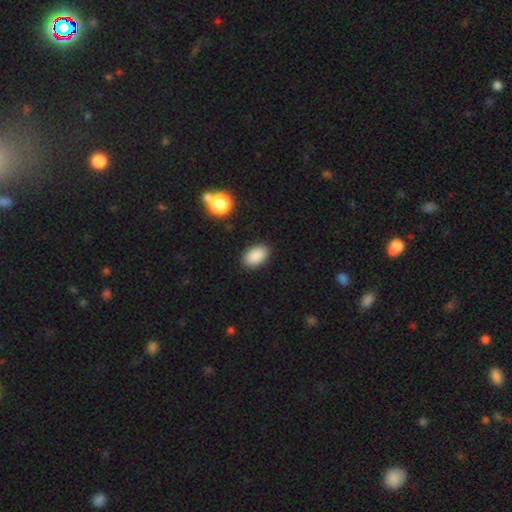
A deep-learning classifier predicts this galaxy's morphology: smooth_or_featured: smooth (p=0.89) [alt: star or artifact p=0.08]
how_rounded: in between (p=0.91) [alt: round p=0.08]
merging: none (p=0.89) [alt: minor disturbance p=0.08]